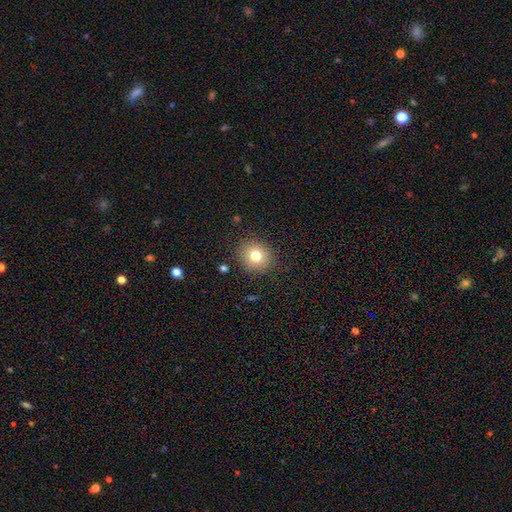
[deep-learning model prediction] smooth 76%, star or artifact 13%, featured or disk 11%. Down the decision tree: how rounded — round (87%); merging — none (89%).